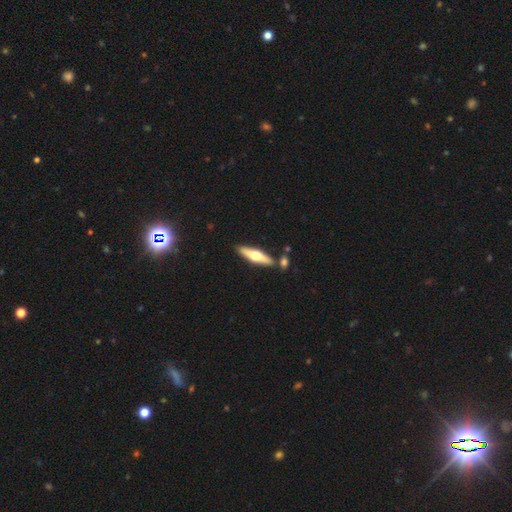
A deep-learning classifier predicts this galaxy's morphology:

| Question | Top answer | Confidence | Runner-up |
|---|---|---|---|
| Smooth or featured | featured or disk | 49% | smooth (46%) |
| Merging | none | 81% | minor disturbance (9%) |